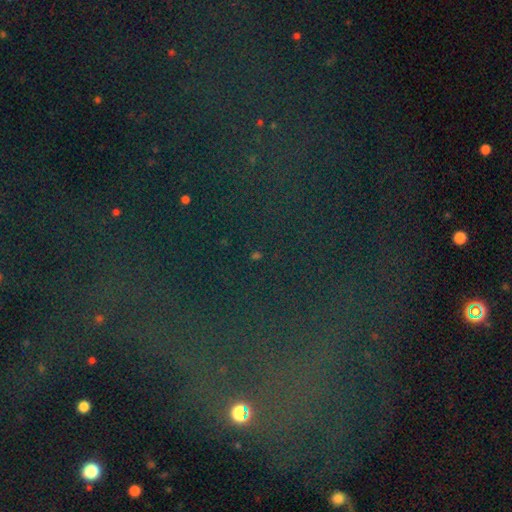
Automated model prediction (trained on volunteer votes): Smooth or featured? star or artifact (75%)